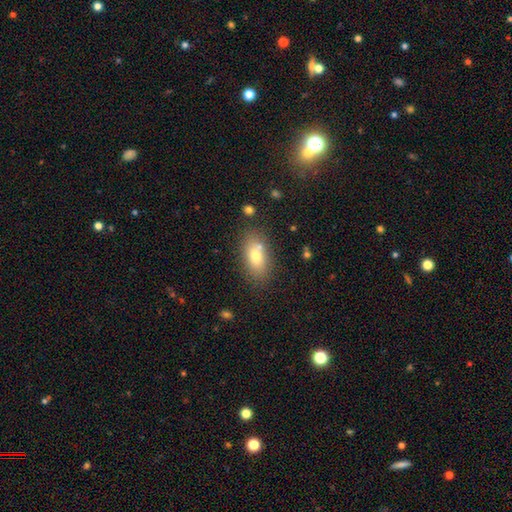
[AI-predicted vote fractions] smooth 73%, featured or disk 17%, star or artifact 10%. Down the decision tree: how rounded — in between (86%); merging — none (71%).